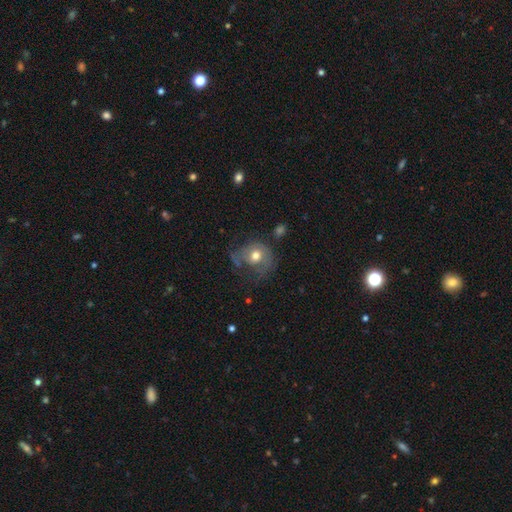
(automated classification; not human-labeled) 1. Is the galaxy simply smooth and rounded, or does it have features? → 54% smooth, 37% featured or disk, 9% star or artifact.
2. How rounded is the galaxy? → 67% round, 32% in between, 1% cigar-shaped.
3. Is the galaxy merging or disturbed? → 36% major disturbance, 34% none, 27% minor disturbance, 4% merger.